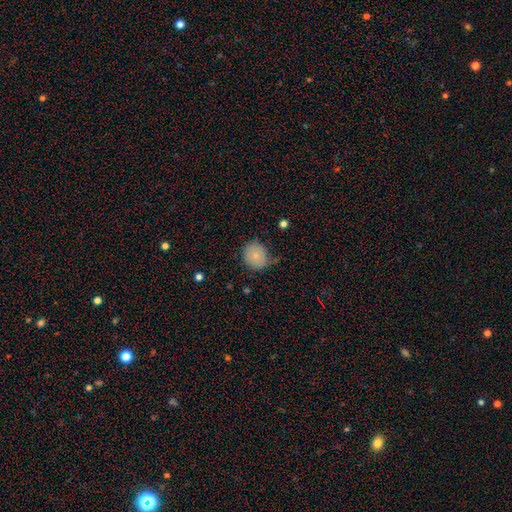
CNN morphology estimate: Smooth or featured? Predicted: smooth (p=0.79). How rounded? Predicted: round (p=0.80). Merging? Predicted: none (p=0.66).